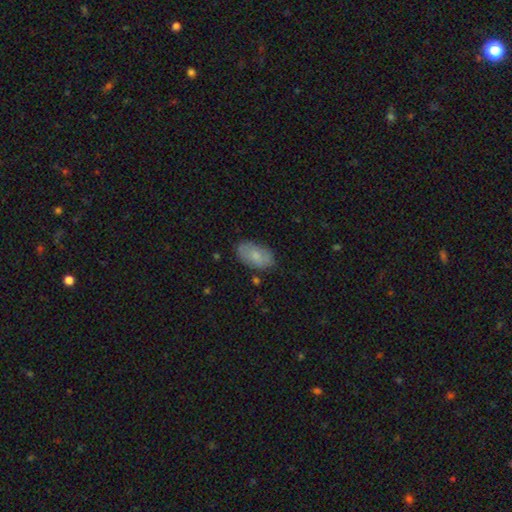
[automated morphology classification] The model was most divided on "smooth or featured": smooth: 75%, featured or disk: 18%, star or artifact: 7%. More confident: how rounded — in between (93%); merging — none (79%).